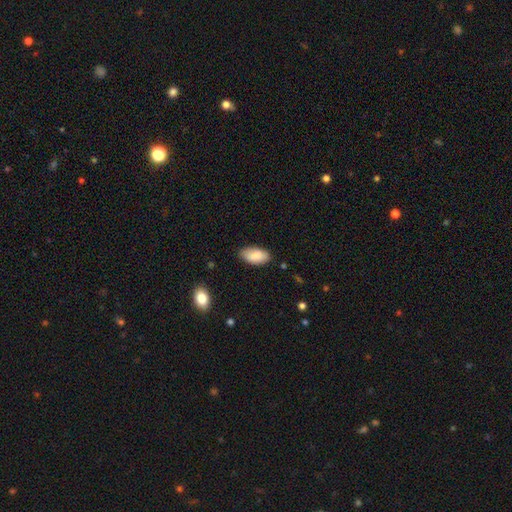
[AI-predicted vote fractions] A smooth galaxy with no disk features (84%) that is in between round and cigar-shaped (94%). Merging: none (83%).